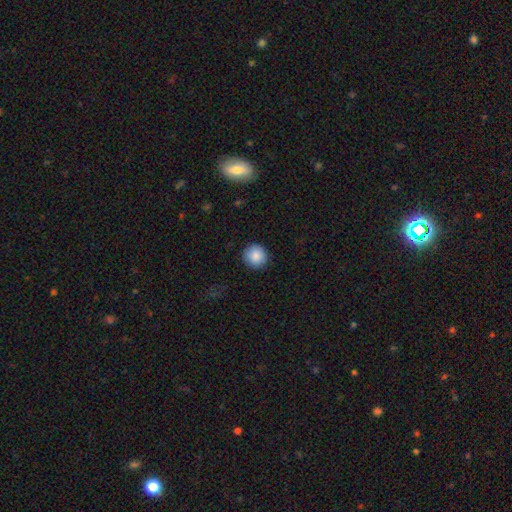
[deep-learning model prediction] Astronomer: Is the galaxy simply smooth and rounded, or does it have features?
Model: smooth — 87%.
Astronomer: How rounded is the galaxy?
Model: round — 94%.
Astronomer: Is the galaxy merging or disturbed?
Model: none — 90%.